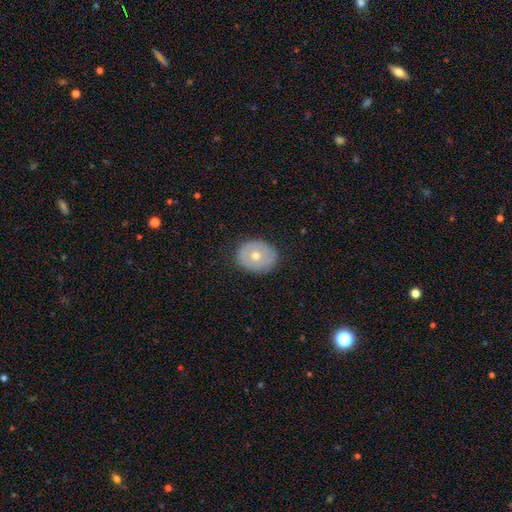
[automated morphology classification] A smooth galaxy with no disk features (57%) that is round (64%). Merging: none (89%).